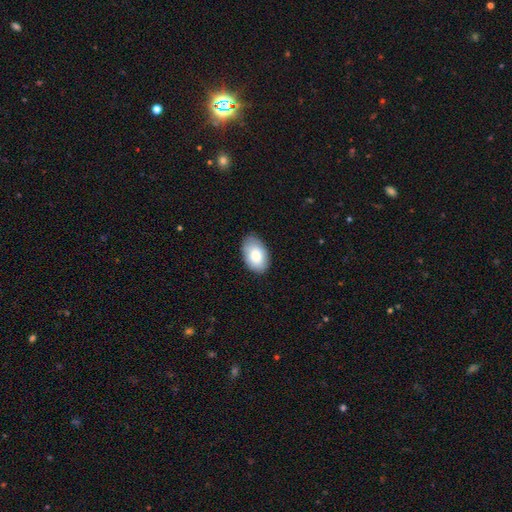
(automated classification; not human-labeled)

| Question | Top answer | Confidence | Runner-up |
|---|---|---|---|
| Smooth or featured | smooth | 84% | featured or disk (10%) |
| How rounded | in between | 93% | round (6%) |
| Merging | none | 82% | minor disturbance (14%) |